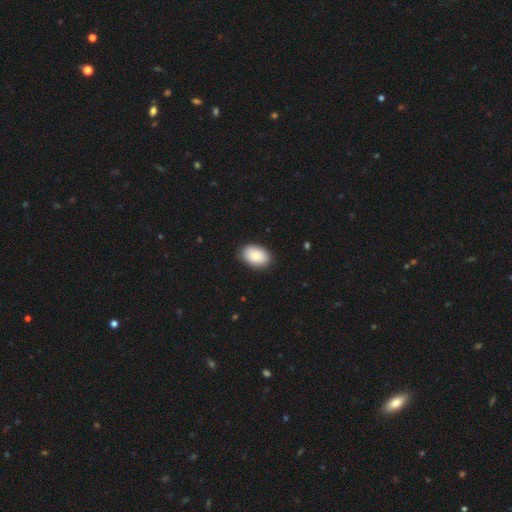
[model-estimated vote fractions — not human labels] smooth 87%, star or artifact 6%, featured or disk 6%. Down the decision tree: how rounded — in between (89%); merging — none (88%).